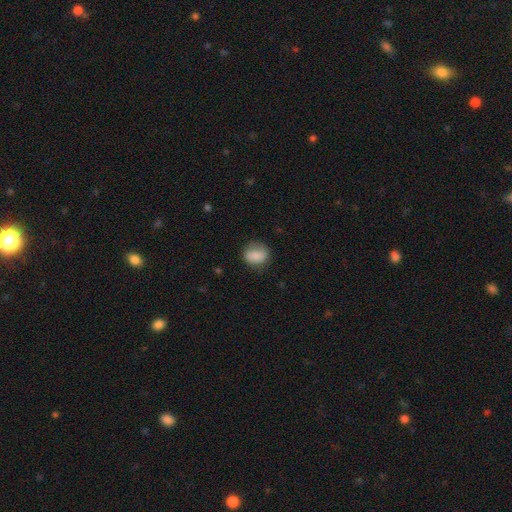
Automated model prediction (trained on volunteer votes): This is likely a smooth galaxy (79%). How rounded: likely round (64%). Merging: likely none (73%).